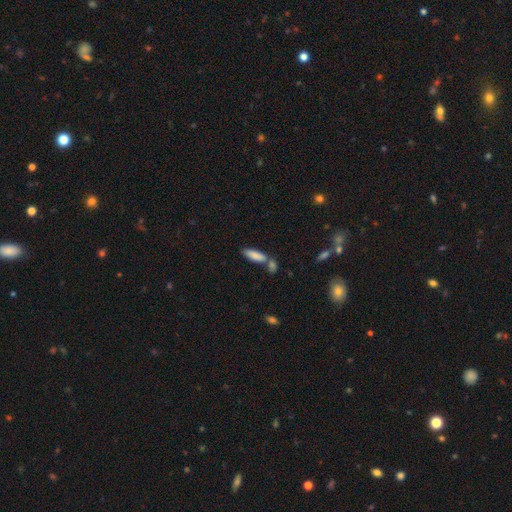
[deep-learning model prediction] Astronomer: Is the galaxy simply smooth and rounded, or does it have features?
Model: smooth — 84%.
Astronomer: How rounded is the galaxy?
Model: in between — 52% (runner-up: cigar-shaped, 46%).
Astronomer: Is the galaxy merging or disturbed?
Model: none — 50% (runner-up: merger, 34%).